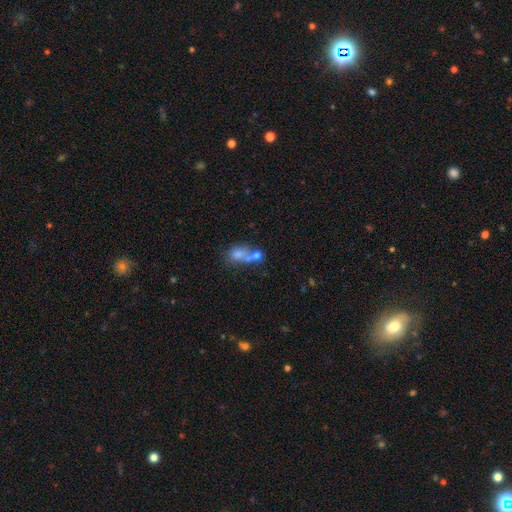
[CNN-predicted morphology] A smooth galaxy with no disk features (64%) that is in between round and cigar-shaped (50%).

Vote fractions:
- Smooth or featured? smooth: 64% / featured or disk: 21% / star or artifact: 14%
- How rounded? in between: 50% / round: 47% / cigar-shaped: 2%
- Merging? merger: 57% / none: 25% / minor disturbance: 9% / major disturbance: 9%